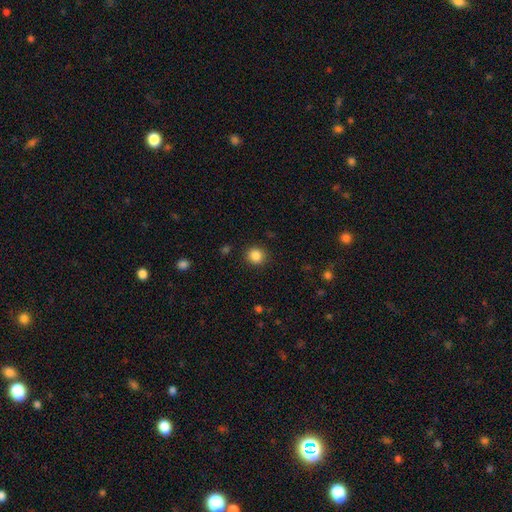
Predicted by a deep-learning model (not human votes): Smooth or featured?
  - smooth: 85% *
  - star or artifact: 11%
  - featured or disk: 4%
How rounded?
  - round: 90% *
  - in between: 9%
  - cigar-shaped: 1%
Merging?
  - none: 90% *
  - minor disturbance: 6%
  - major disturbance: 2%
  - merger: 1%